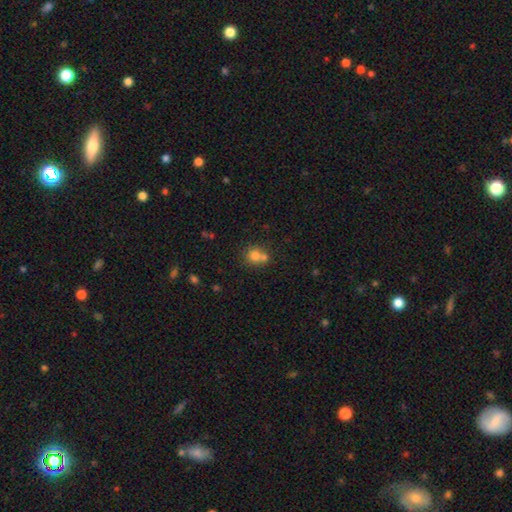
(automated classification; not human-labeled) The model was most divided on "merging": merger: 46%, none: 42%, minor disturbance: 9%, major disturbance: 4%. More confident: how rounded — round (81%); smooth or featured — smooth (74%).